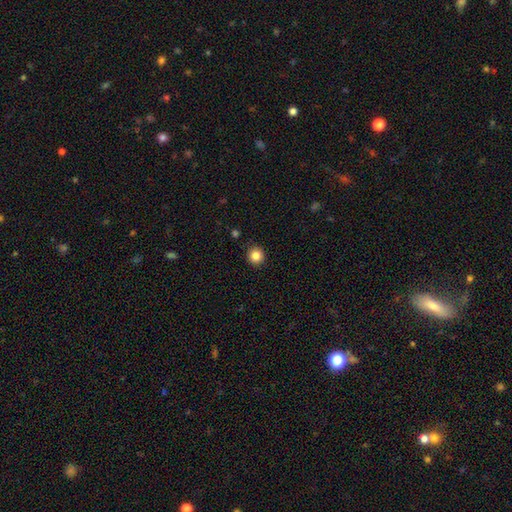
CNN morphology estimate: smooth-or-featured: smooth: 85% | star or artifact: 11% | featured or disk: 4%
  how-rounded: round: 93% | in between: 6% | cigar-shaped: 1%
  merging: none: 90% | minor disturbance: 7% | major disturbance: 2% | merger: 1%